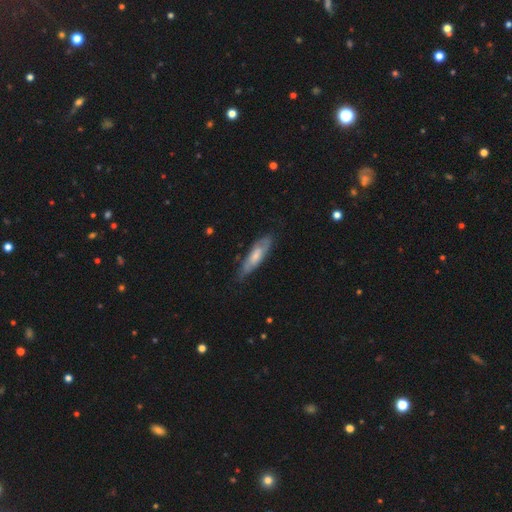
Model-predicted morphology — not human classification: featured or disk 48%, smooth 46%, star or artifact 6%. Down the decision tree: merging — none (65%).